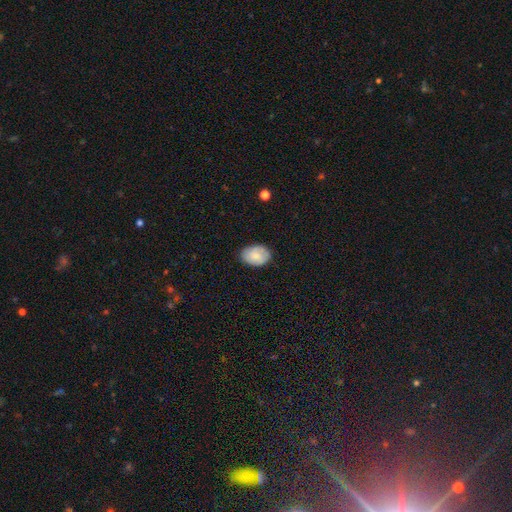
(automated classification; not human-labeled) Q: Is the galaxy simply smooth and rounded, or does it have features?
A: smooth — 72%.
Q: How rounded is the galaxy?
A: in between — 80%.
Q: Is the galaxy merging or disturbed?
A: none — 80%.